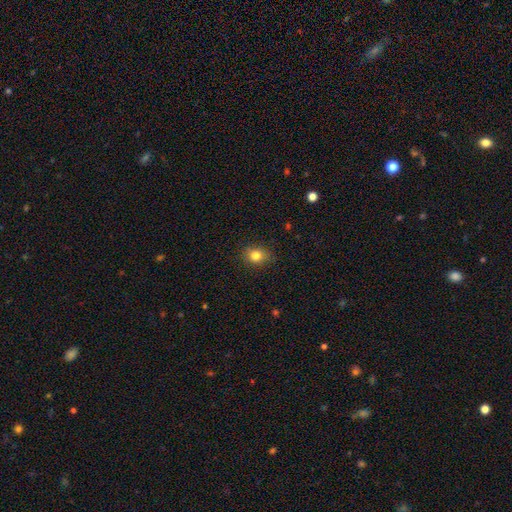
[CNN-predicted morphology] Overall: smooth (82%). How rounded: round (58%; in between 41%). Merging: none (86%).